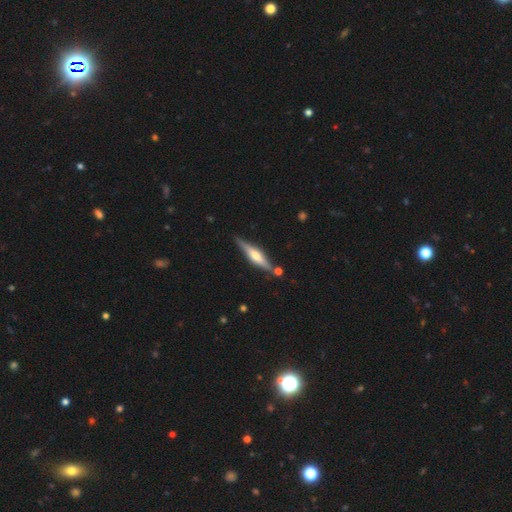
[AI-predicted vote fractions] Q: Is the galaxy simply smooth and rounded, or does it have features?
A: featured or disk — 69%.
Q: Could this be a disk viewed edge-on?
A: yes — 96%.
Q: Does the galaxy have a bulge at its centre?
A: rounded — 81%.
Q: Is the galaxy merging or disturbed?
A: none — 82%.